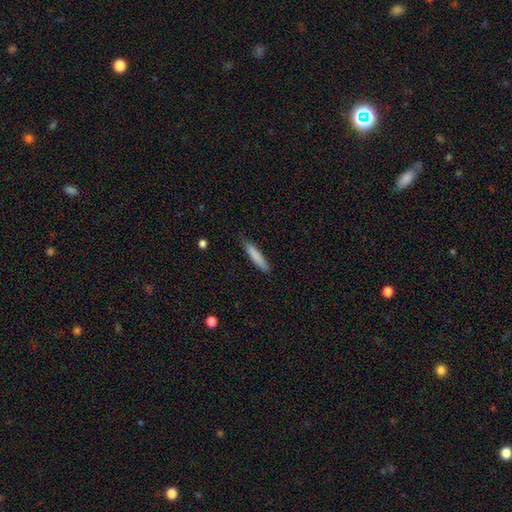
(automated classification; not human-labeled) This is clearly a smooth galaxy (82%). How rounded: clearly cigar-shaped (88%). Merging: clearly none (83%).